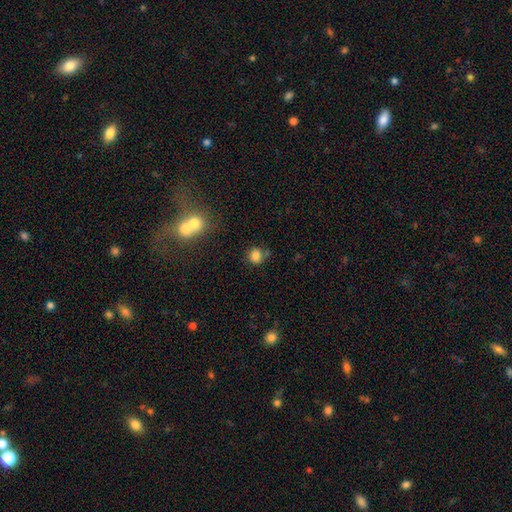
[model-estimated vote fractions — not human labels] Smooth or featured?
  - smooth: 81% *
  - star or artifact: 13%
  - featured or disk: 6%
How rounded?
  - round: 76% *
  - in between: 23%
  - cigar-shaped: 1%
Merging?
  - none: 64% *
  - minor disturbance: 17%
  - merger: 13%
  - major disturbance: 6%